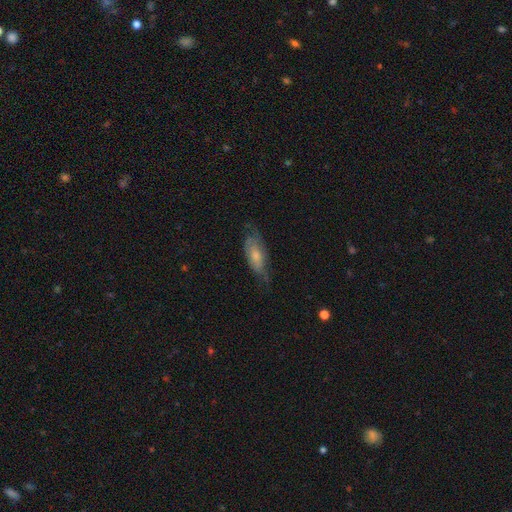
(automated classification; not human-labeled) Overall: smooth (49%; featured or disk 43%). Merging: none (53%; minor disturbance 30%).